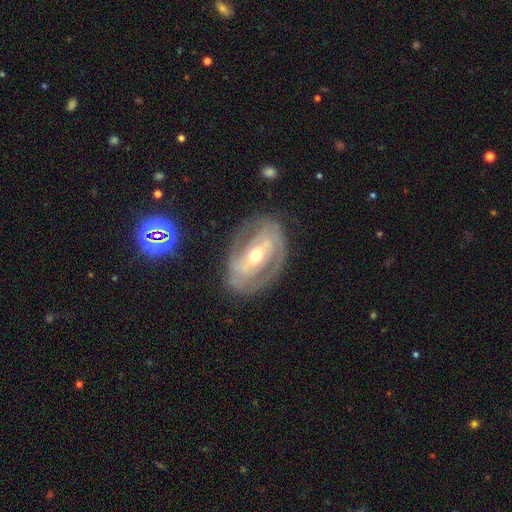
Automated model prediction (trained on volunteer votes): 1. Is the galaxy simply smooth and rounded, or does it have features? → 86% featured or disk, 8% smooth, 5% star or artifact.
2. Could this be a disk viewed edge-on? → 95% no, 5% yes.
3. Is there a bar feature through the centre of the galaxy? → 49% strong, 33% weak, 18% no.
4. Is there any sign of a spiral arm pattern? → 90% yes, 10% no.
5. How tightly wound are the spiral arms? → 52% tight, 37% medium, 11% loose.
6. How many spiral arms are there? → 68% 2, 15% can't tell, 10% 3, 3% 1, 2% 4, 2% more than 4.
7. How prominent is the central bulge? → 64% moderate, 31% small, 3% large, 1% dominant, 1% none.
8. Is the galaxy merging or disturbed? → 76% none, 15% minor disturbance, 7% major disturbance, 2% merger.